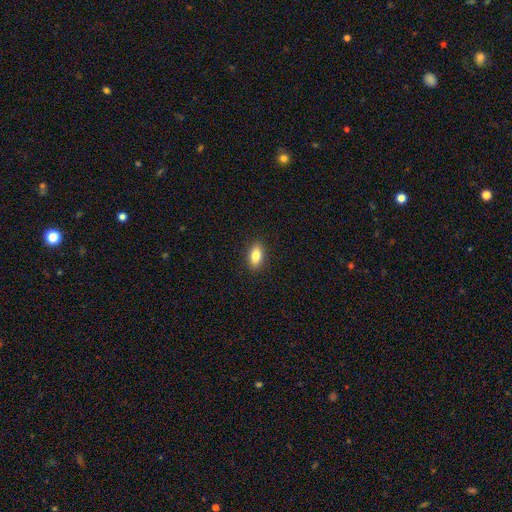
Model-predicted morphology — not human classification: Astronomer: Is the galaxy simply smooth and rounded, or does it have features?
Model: smooth — 83%.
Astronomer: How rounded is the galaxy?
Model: in between — 88%.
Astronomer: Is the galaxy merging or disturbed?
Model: none — 90%.